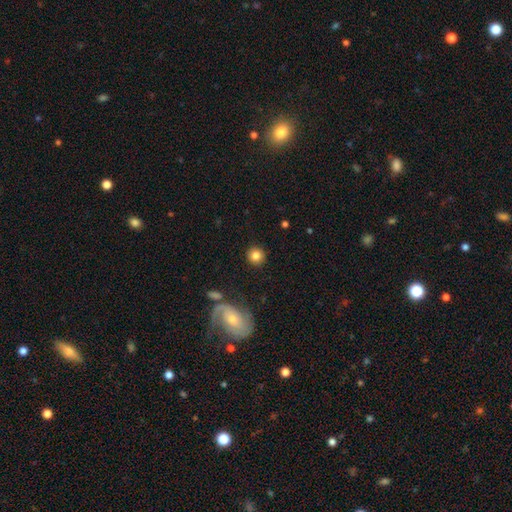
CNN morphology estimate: Overall: smooth (82%). How rounded: round (91%). Merging: none (89%).